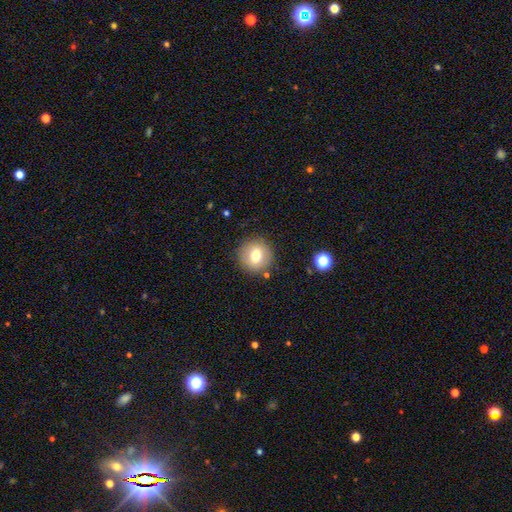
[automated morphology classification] Smooth or featured? Predicted: smooth (p=0.70). How rounded? Predicted: round (p=0.90). Merging? Predicted: none (p=0.86).